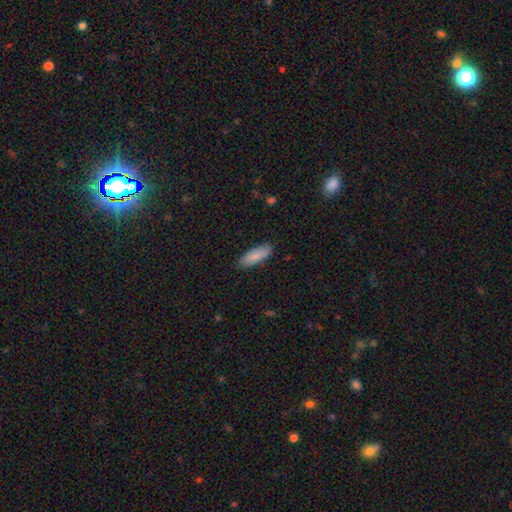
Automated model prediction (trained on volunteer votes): A smooth galaxy with no disk features (86%) that is in between round and cigar-shaped (61%). Merging: none (87%).